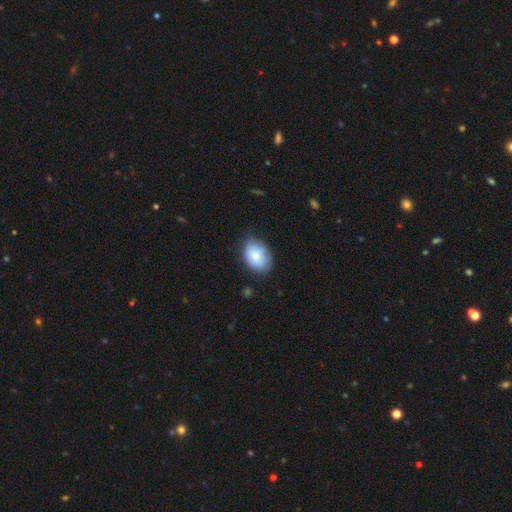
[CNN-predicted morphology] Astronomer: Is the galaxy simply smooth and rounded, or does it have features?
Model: smooth — 82%.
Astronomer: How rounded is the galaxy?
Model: in between — 80%.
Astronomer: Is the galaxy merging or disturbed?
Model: none — 72%.